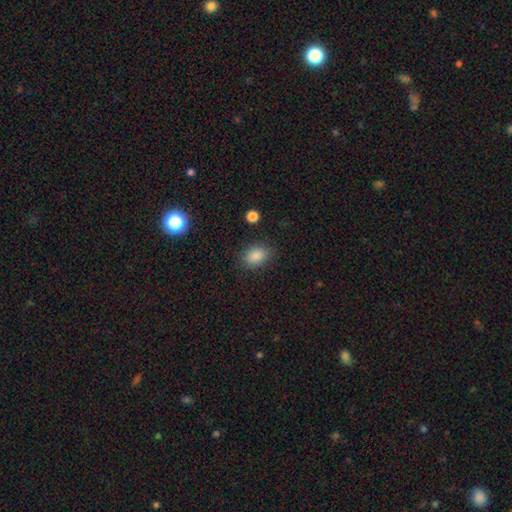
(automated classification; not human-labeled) Smooth or featured? Predicted: smooth (p=0.85). How rounded? Predicted: in between (p=0.75). Merging? Predicted: none (p=0.86).